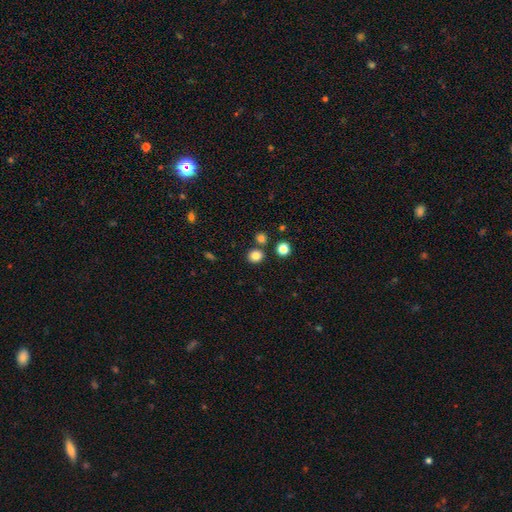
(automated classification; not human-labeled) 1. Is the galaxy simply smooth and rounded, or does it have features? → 83% smooth, 12% star or artifact, 5% featured or disk.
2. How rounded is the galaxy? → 78% round, 21% in between, 1% cigar-shaped.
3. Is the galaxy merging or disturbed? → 80% none, 10% merger, 7% minor disturbance, 2% major disturbance.